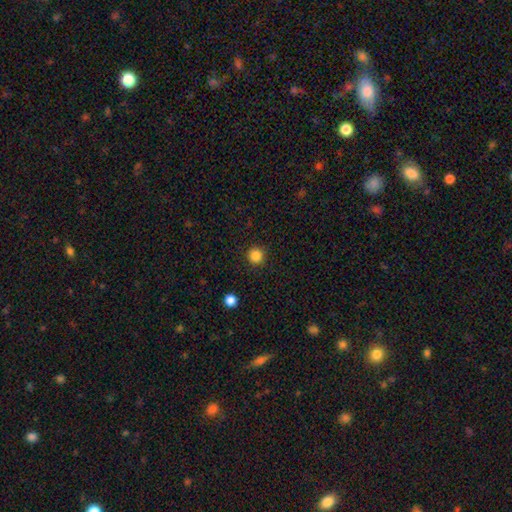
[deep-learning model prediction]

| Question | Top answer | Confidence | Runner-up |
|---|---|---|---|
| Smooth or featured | smooth | 84% | star or artifact (12%) |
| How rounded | round | 95% | in between (4%) |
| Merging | none | 92% | minor disturbance (5%) |